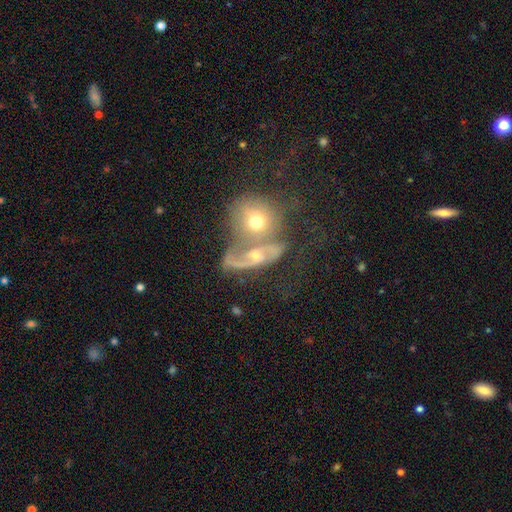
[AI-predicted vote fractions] Smooth or featured: featured or disk — 65% (smooth — 24%)
Edge-on disk: no — 92% (yes — 8%)
Bar: no — 63% (weak — 26%)
Spiral arms: yes — 77% (no — 23%)
Bulge size: moderate — 56% (small — 37%)
Merging: merger — 62% (none — 19%)